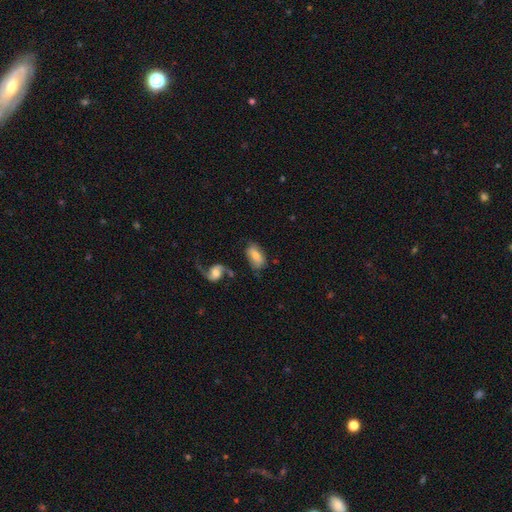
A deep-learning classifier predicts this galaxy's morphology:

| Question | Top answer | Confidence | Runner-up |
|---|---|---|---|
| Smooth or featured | smooth | 68% | featured or disk (24%) |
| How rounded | in between | 92% | round (5%) |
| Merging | none | 63% | minor disturbance (21%) |